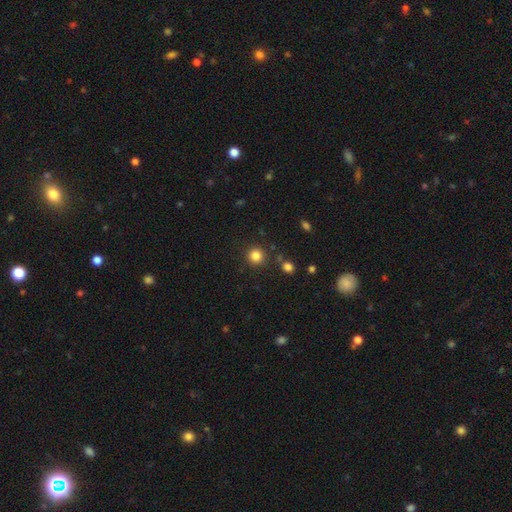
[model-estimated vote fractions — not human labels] The model was most divided on "smooth or featured": smooth: 84%, star or artifact: 12%, featured or disk: 4%. More confident: how rounded — round (94%); merging — none (87%).